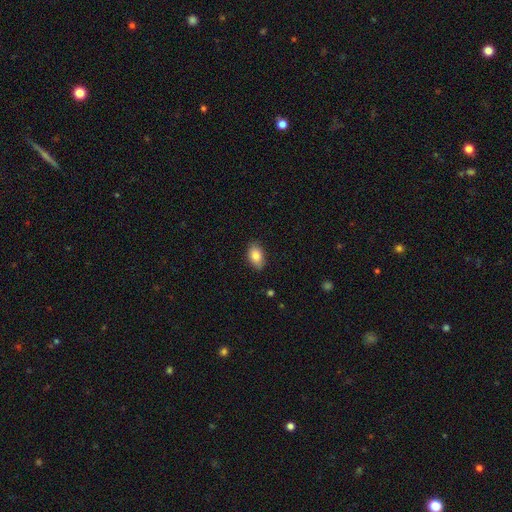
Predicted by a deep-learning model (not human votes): The model was most divided on "merging": none: 86%, minor disturbance: 10%, major disturbance: 2%, merger: 1%. More confident: how rounded — in between (91%); smooth or featured — smooth (85%).